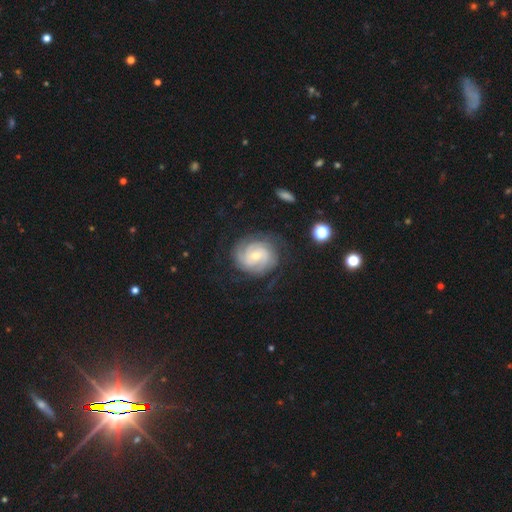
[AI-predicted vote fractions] Morphology: type=featured or disk (83%); edge-on=no (98%); bar=no (55%); spiral arms=yes (96%); winding=tight (70%); arm count=can't tell (28%); bulge=small (55%); merging=none (74%).